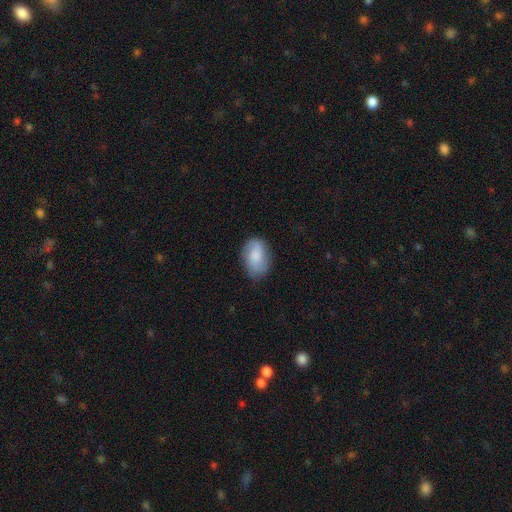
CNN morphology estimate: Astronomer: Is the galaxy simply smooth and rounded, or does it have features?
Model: smooth — 69%.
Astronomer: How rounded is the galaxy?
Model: in between — 87%.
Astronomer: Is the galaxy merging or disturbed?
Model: none — 74%.